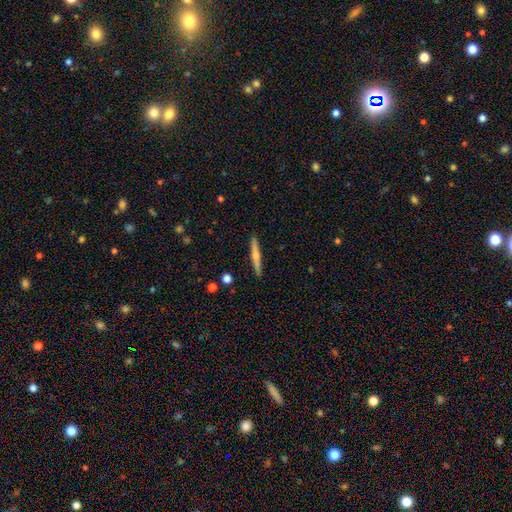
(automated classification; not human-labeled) smooth_or_featured: smooth (p=0.52) [alt: featured or disk p=0.42]
how_rounded: cigar-shaped (p=0.95) [alt: in between p=0.04]
merging: none (p=0.91) [alt: minor disturbance p=0.06]